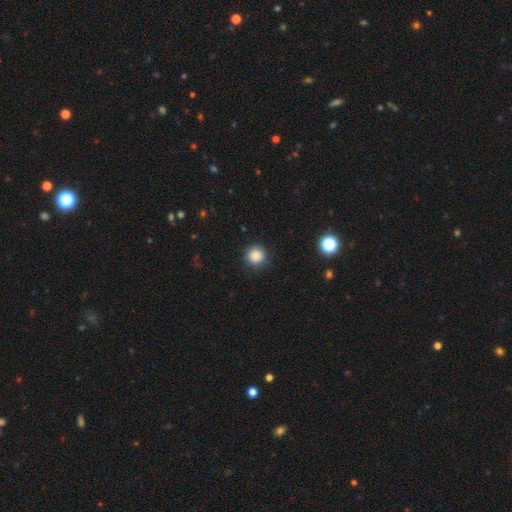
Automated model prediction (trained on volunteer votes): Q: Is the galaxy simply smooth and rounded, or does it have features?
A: smooth — 85%.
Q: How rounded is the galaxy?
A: round — 94%.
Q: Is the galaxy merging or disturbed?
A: none — 87%.